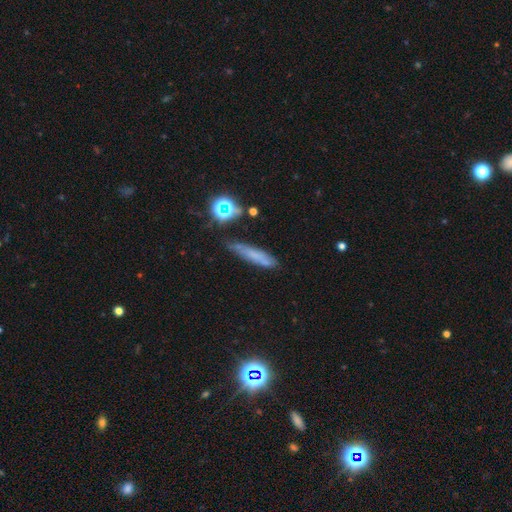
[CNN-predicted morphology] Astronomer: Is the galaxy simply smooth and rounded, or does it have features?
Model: smooth — 54%.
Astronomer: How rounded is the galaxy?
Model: cigar-shaped — 82%.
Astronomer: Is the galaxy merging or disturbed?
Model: none — 67%.